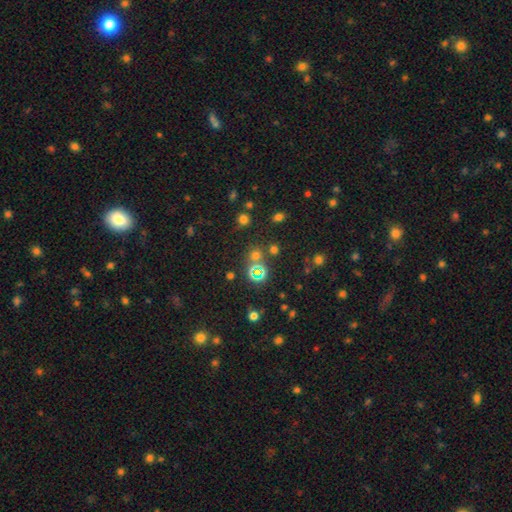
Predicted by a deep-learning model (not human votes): The model was most divided on "smooth or featured": smooth: 48%, star or artifact: 44%, featured or disk: 8%. More confident: merging — none (71%).